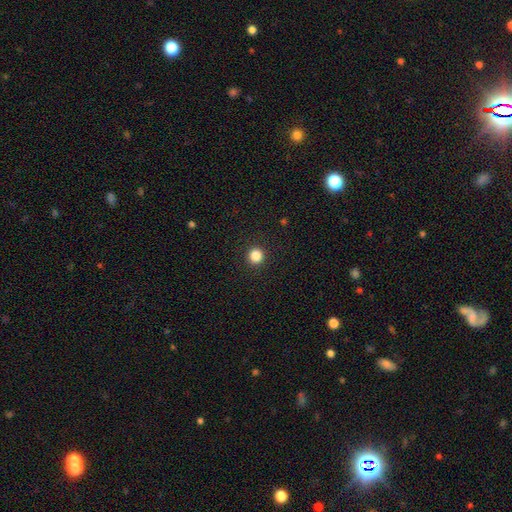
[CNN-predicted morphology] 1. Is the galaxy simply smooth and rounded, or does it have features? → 85% smooth, 11% star or artifact, 3% featured or disk.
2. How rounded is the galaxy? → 94% round, 5% in between, 1% cigar-shaped.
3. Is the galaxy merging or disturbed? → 93% none, 5% minor disturbance, 2% major disturbance, 1% merger.